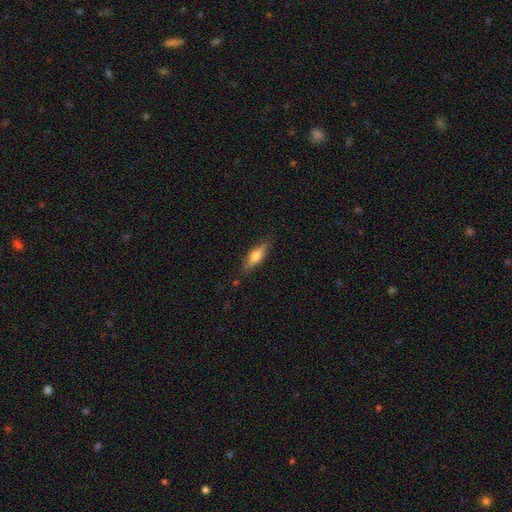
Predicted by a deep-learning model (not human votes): smooth_or_featured: smooth (p=0.56) [alt: featured or disk p=0.37]
how_rounded: cigar-shaped (p=0.55) [alt: in between p=0.42]
merging: none (p=0.84) [alt: minor disturbance p=0.12]